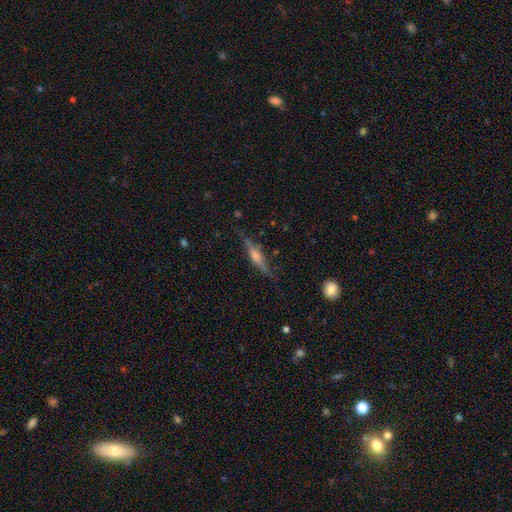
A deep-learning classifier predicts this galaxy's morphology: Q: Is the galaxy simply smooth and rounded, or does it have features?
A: featured or disk — 75%.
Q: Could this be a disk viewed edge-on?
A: yes — 97%.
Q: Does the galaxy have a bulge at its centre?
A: rounded — 80%.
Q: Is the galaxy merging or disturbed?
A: none — 83%.